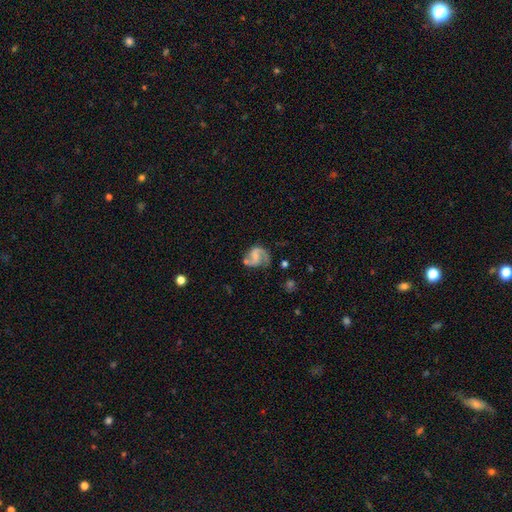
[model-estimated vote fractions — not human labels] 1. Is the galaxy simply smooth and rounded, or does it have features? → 83% featured or disk, 10% smooth, 6% star or artifact.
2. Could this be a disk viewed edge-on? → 98% no, 2% yes.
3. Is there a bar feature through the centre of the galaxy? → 46% weak, 35% no, 19% strong.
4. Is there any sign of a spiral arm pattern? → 95% yes, 5% no.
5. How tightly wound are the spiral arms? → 48% medium, 39% loose, 13% tight.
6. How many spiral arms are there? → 86% 2, 8% 1, 3% can't tell, 1% 3, 1% 4, 1% more than 4.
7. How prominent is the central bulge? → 40% small, 35% none, 21% moderate, 3% large, 1% dominant.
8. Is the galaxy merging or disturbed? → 61% none, 20% minor disturbance, 12% major disturbance, 7% merger.